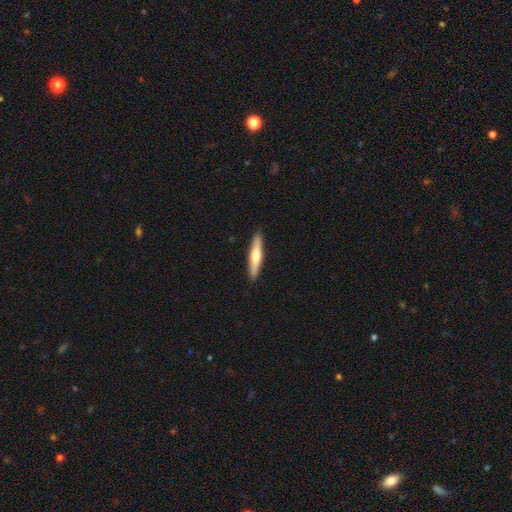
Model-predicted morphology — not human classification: Smooth or featured? smooth (52%)
How rounded? cigar-shaped (89%)
Merging? none (91%)